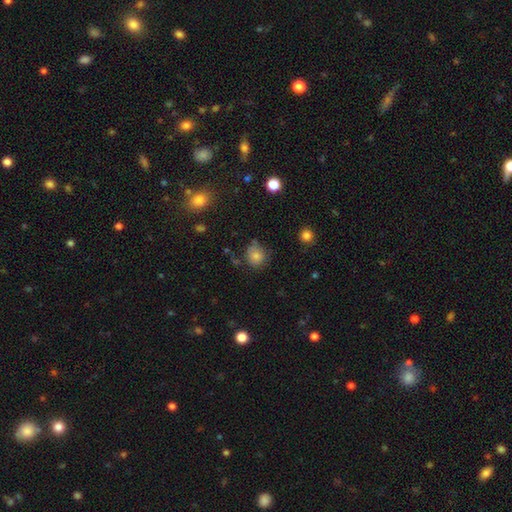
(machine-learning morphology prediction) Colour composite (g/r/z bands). It shows a smooth galaxy with no disk features (79%) that is round (77%). Merging: none (66%).